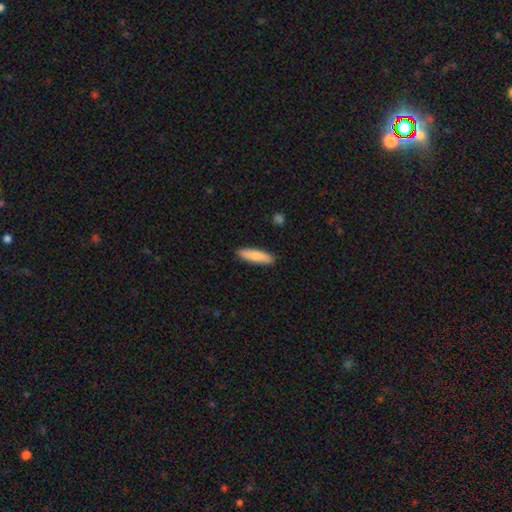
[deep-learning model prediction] Morphology: type=smooth (83%); roundness=cigar-shaped (69%); merging=none (89%).